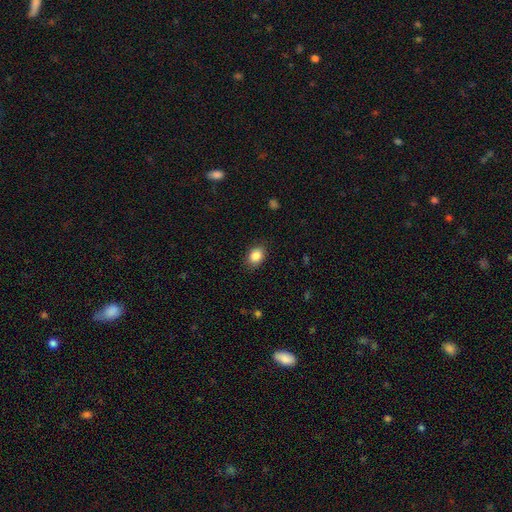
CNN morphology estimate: The model was most divided on "how rounded": in between: 65%, round: 34%, cigar-shaped: 1%. More confident: smooth or featured — smooth (87%); merging — none (86%).